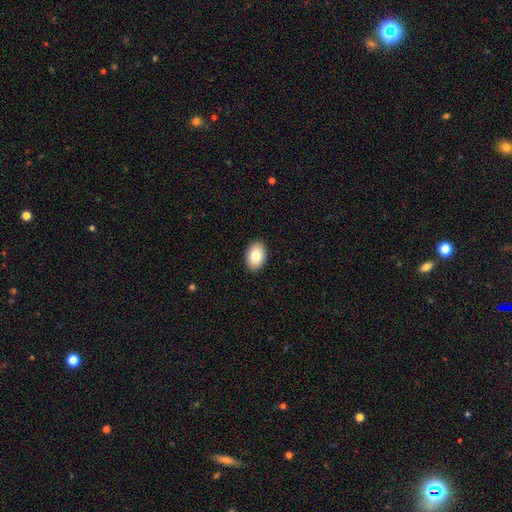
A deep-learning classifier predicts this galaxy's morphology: Smooth or featured?
  - smooth: 83% *
  - featured or disk: 10%
  - star or artifact: 7%
How rounded?
  - in between: 86% *
  - round: 13%
  - cigar-shaped: 1%
Merging?
  - none: 91% *
  - minor disturbance: 7%
  - major disturbance: 2%
  - merger: 1%